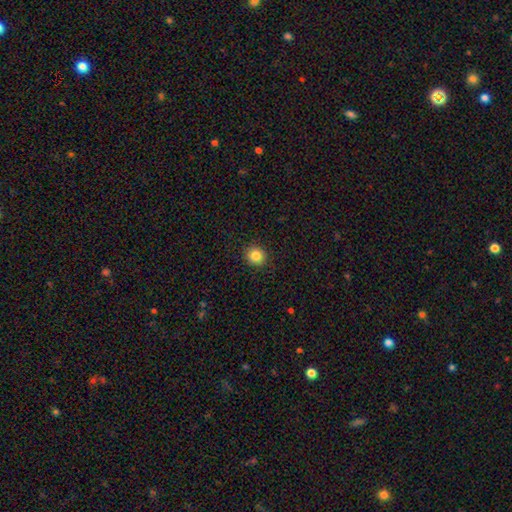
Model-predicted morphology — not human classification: A smooth galaxy with no disk features (84%) that is round (84%). Merging: none (90%).